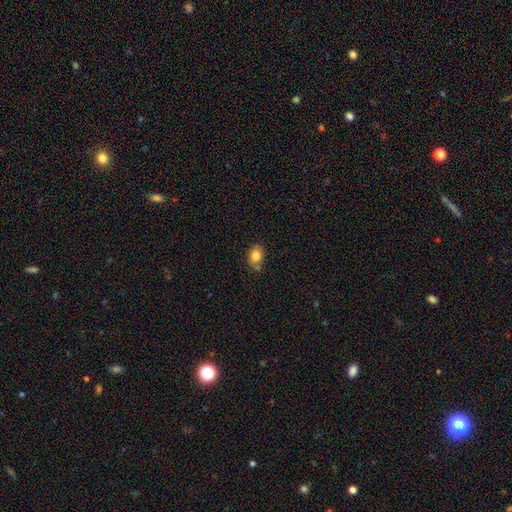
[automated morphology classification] Smooth or featured? smooth (84%)
How rounded? in between (61%)
Merging? none (68%)